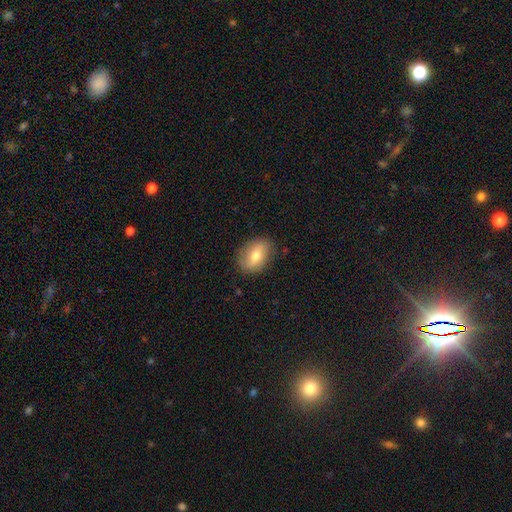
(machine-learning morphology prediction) smooth 63%, featured or disk 30%, star or artifact 7%. Down the decision tree: how rounded — in between (77%); merging — none (82%).